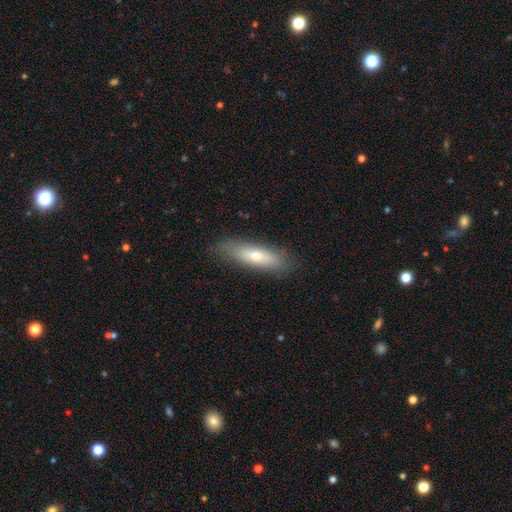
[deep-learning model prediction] A smooth galaxy with no disk features (70%) that is cigar-shaped (62%). Merging: none (82%).